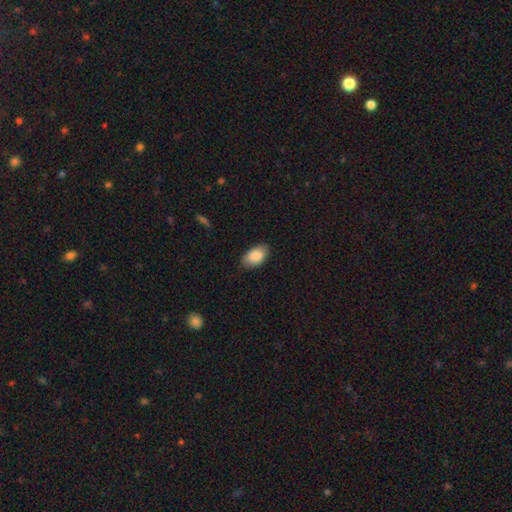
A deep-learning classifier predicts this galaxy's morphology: A smooth galaxy with no disk features (87%) that is in between round and cigar-shaped (94%).

Vote fractions:
- Smooth or featured? smooth: 87% / star or artifact: 7% / featured or disk: 6%
- How rounded? in between: 94% / round: 5% / cigar-shaped: 2%
- Merging? none: 81% / minor disturbance: 15% / major disturbance: 3% / merger: 1%